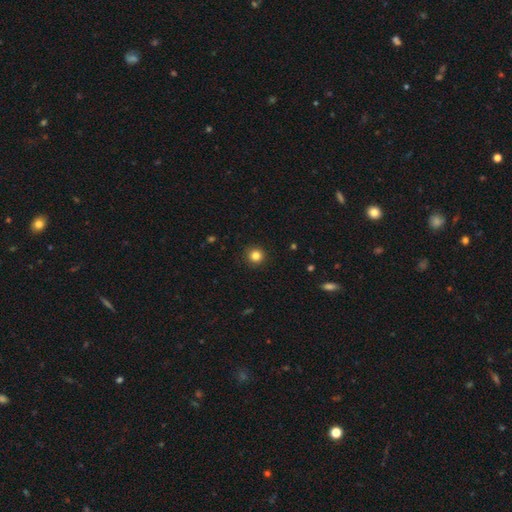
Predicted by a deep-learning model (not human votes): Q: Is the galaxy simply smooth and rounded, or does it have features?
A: smooth — 83%.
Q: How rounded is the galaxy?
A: round — 95%.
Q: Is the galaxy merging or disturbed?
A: none — 93%.